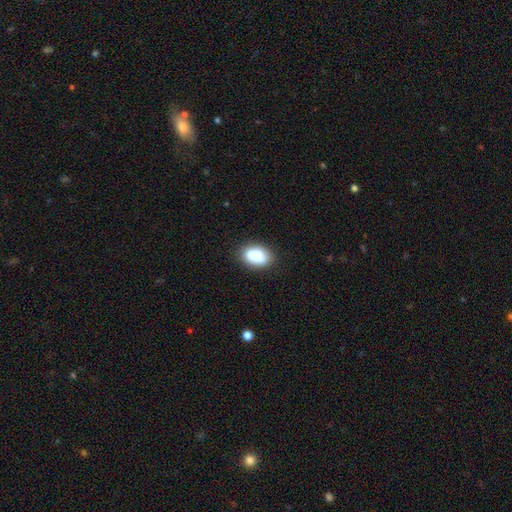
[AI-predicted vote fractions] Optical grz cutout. It shows a smooth galaxy with no disk features (81%) that is in between round and cigar-shaped (85%). Merging: none (70%).